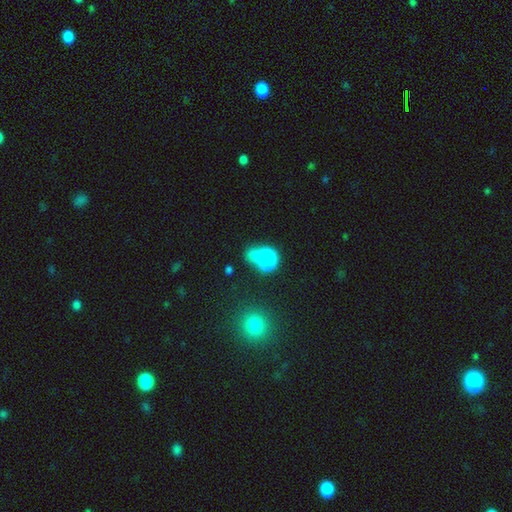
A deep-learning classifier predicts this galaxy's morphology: Smooth or featured?
  - smooth: 57% *
  - star or artifact: 31%
  - featured or disk: 12%
How rounded?
  - round: 68% *
  - in between: 30%
  - cigar-shaped: 2%
Merging?
  - none: 50% *
  - merger: 28%
  - minor disturbance: 13%
  - major disturbance: 9%